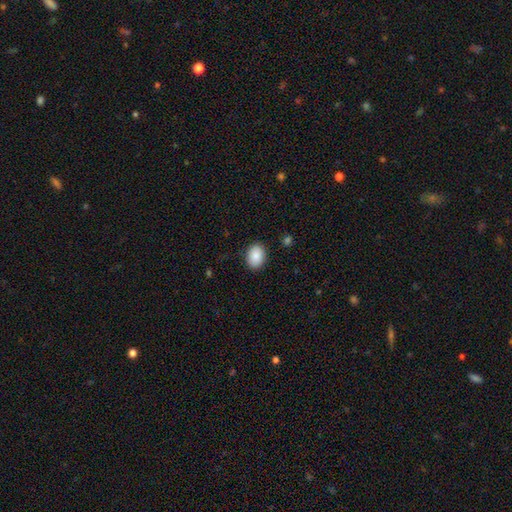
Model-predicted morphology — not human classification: This appears to be a smooth galaxy with no disk features (88%) that is in between round and cigar-shaped (74%). Merging: none (88%).